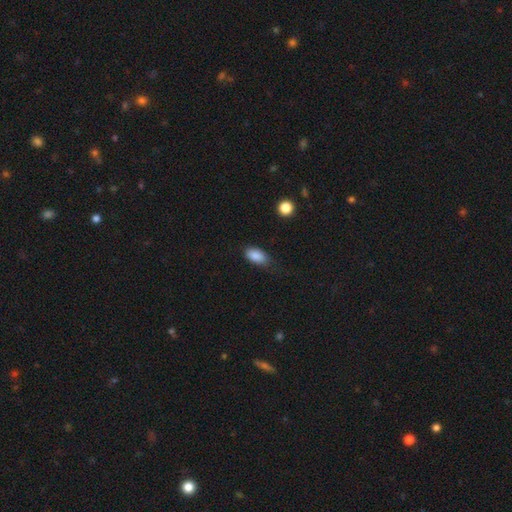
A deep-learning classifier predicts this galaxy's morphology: Smooth or featured? Predicted: smooth (p=0.88). How rounded? Predicted: in between (p=0.92). Merging? Predicted: none (p=0.72).